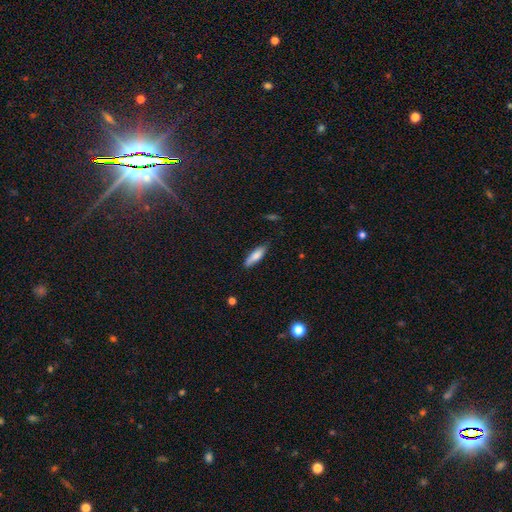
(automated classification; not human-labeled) Overall: smooth (79%). How rounded: cigar-shaped (50%; in between 48%). Merging: none (76%).